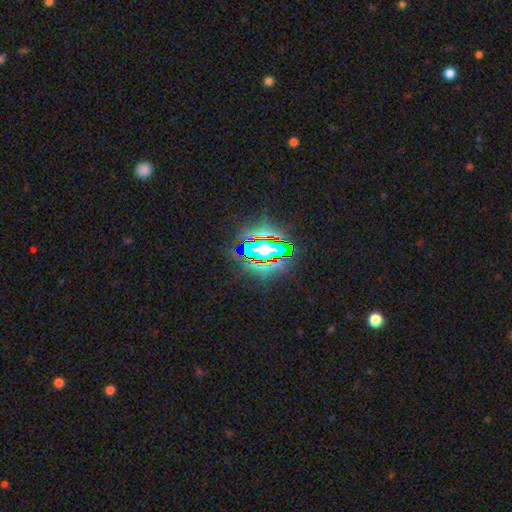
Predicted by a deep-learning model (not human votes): Q: Smooth or featured?
A: star or artifact (80%); runner-up: smooth (11%)